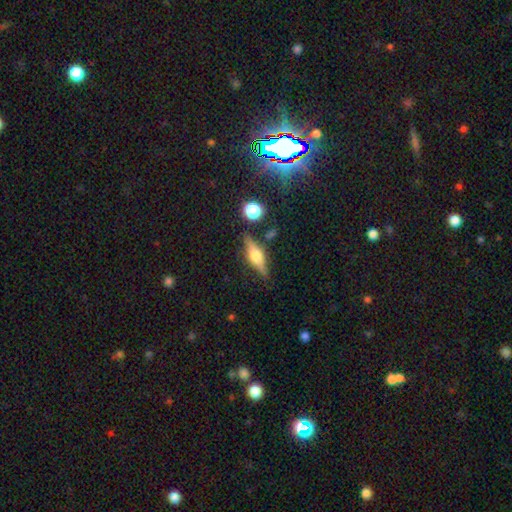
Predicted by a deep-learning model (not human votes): This is likely a featured or disk galaxy (64%). It is clearly viewed edge-on (94%). Edge-on bulge: clearly rounded (90%). Merging: clearly none (80%).